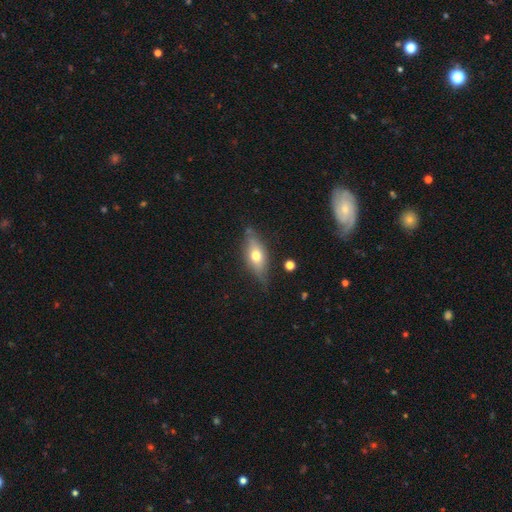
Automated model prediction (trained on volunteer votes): This appears to be a smooth galaxy with no disk features (55%) that is in between round and cigar-shaped (68%). Merging: none (71%).